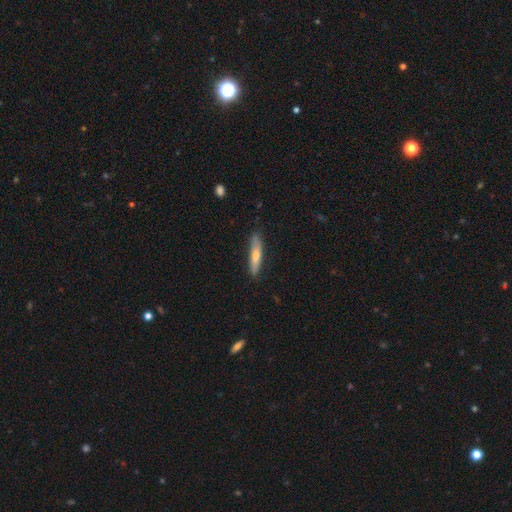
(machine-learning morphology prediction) A smooth galaxy with no disk features (62%) that is cigar-shaped (87%). Merging: none (83%).